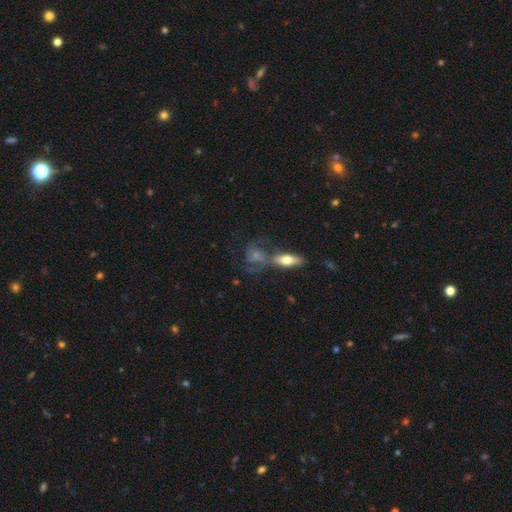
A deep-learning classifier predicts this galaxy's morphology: A featured or disk galaxy (59%).

Vote fractions:
- Smooth or featured? featured or disk: 59% / smooth: 26% / star or artifact: 15%
- Edge-on disk? no: 74% / yes: 26%
- Merging? none: 47% / merger: 27% / minor disturbance: 15% / major disturbance: 11%